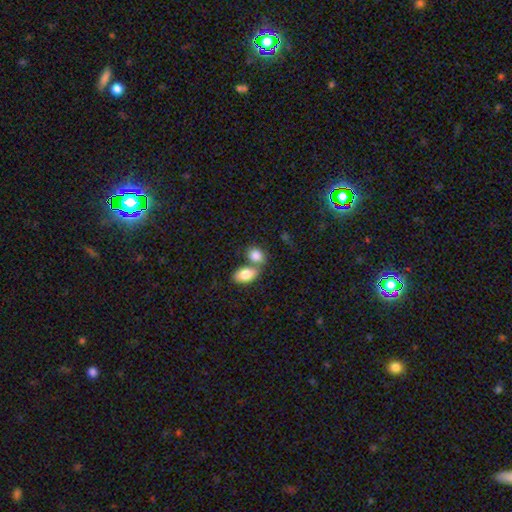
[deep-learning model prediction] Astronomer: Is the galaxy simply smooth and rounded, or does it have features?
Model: smooth — 84%.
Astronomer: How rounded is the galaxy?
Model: in between — 79%.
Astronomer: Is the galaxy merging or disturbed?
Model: merger — 50% (runner-up: none, 37%).